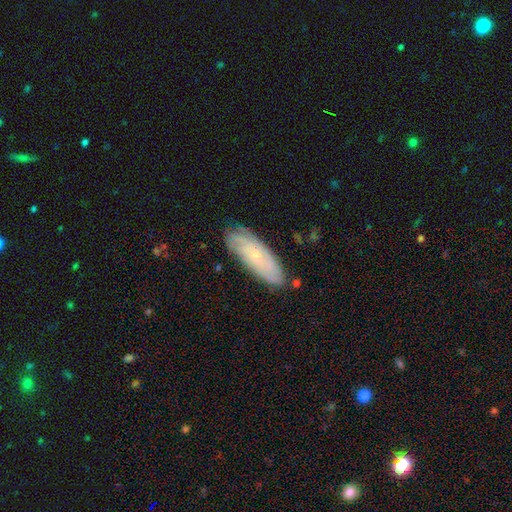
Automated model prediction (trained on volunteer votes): Q: Smooth or featured?
A: featured or disk (53%); runner-up: smooth (39%)
Q: Edge-on disk?
A: no (82%); runner-up: yes (18%)
Q: Merging?
A: none (80%); runner-up: minor disturbance (16%)